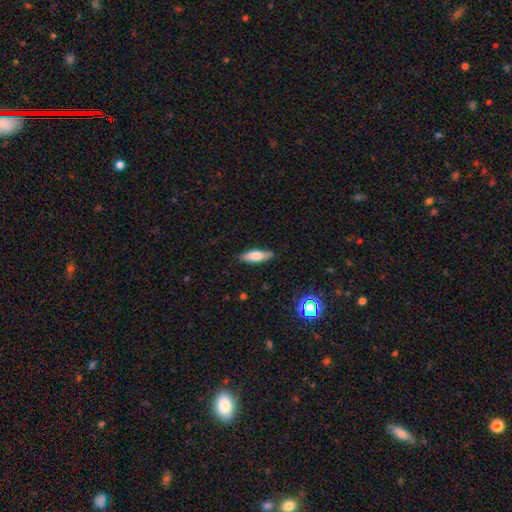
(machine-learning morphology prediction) Q: Smooth or featured?
A: smooth (66%); runner-up: featured or disk (27%)
Q: How rounded?
A: in between (54%); runner-up: cigar-shaped (44%)
Q: Merging?
A: none (82%); runner-up: minor disturbance (14%)